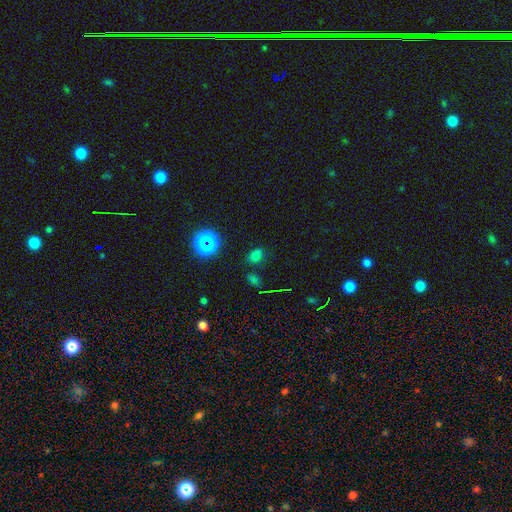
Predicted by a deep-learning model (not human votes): A smooth galaxy with no disk features (62%) that is in between round and cigar-shaped (70%).

Vote fractions:
- Smooth or featured? smooth: 62% / star or artifact: 32% / featured or disk: 6%
- How rounded? in between: 70% / round: 28% / cigar-shaped: 2%
- Merging? none: 73% / minor disturbance: 15% / merger: 7% / major disturbance: 5%